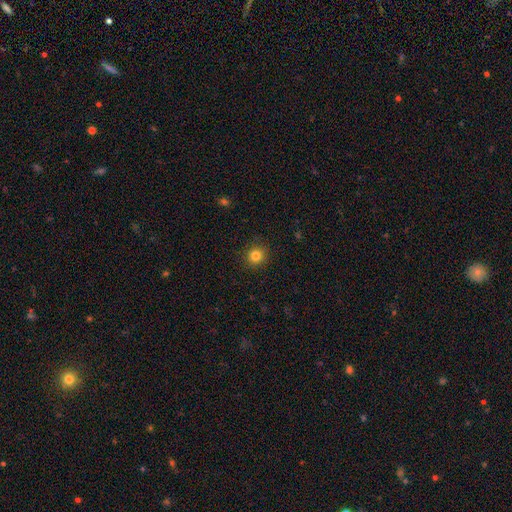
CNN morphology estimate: Smooth or featured?
  - smooth: 82% *
  - star or artifact: 12%
  - featured or disk: 6%
How rounded?
  - round: 90% *
  - in between: 9%
  - cigar-shaped: 1%
Merging?
  - none: 91% *
  - minor disturbance: 6%
  - major disturbance: 2%
  - merger: 1%